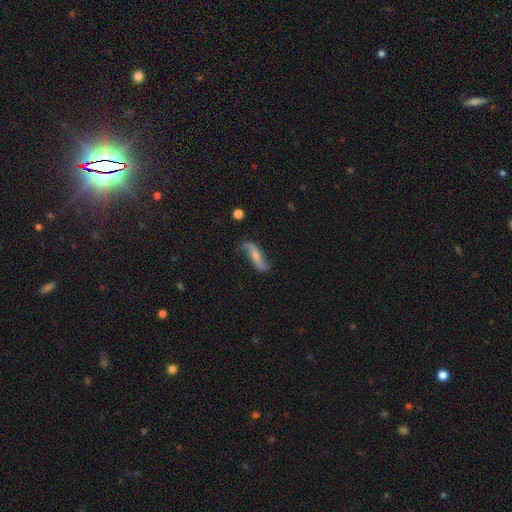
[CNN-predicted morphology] type=featured or disk (65%); edge-on=no (80%); bar=no (52%); spiral arms=yes (89%); bulge=small (50%); merging=none (61%).